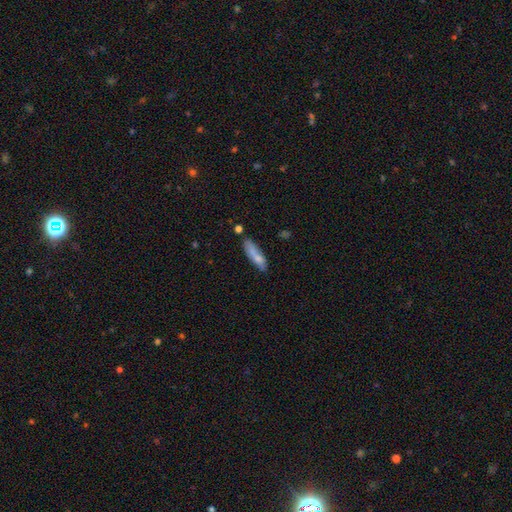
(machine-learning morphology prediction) type=smooth (71%); roundness=cigar-shaped (67%); merging=none (63%).